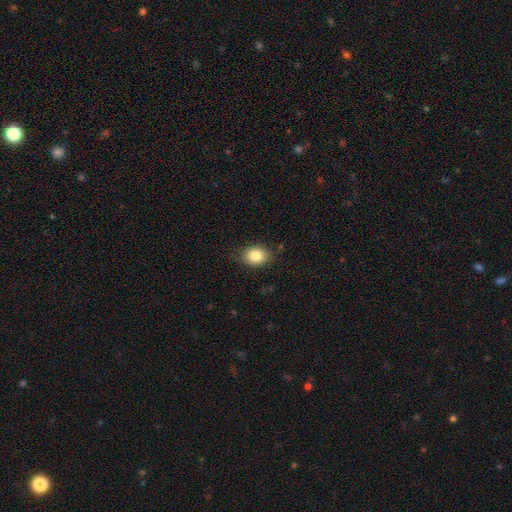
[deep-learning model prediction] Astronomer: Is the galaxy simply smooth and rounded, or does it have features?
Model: smooth — 84%.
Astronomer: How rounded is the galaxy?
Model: in between — 61% (runner-up: round, 38%).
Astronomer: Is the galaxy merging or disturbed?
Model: none — 82%.